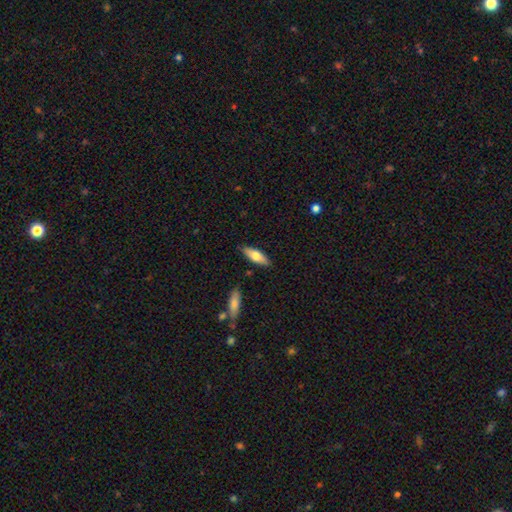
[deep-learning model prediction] Overall: smooth (69%). How rounded: in between (64%; cigar-shaped 34%). Merging: none (83%).